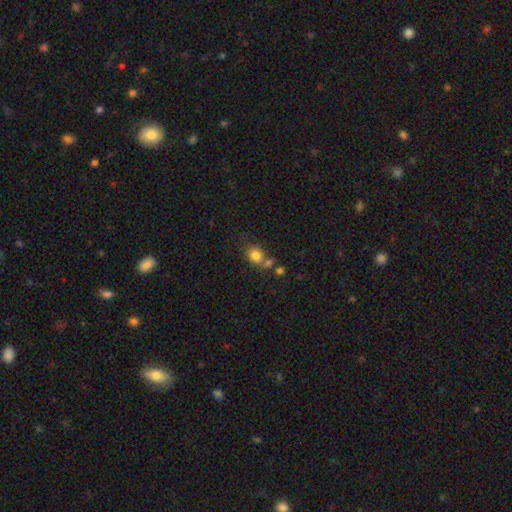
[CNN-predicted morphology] Smooth or featured? Predicted: smooth (p=0.80). How rounded? Predicted: round (p=0.63). Merging? Predicted: none (p=0.50).